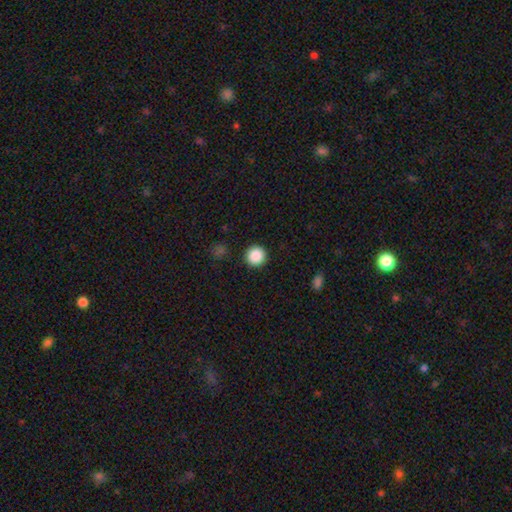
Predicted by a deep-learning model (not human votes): Smooth or featured: smooth — 88% (star or artifact — 9%)
How rounded: round — 96% (in between — 3%)
Merging: none — 92% (minor disturbance — 5%)